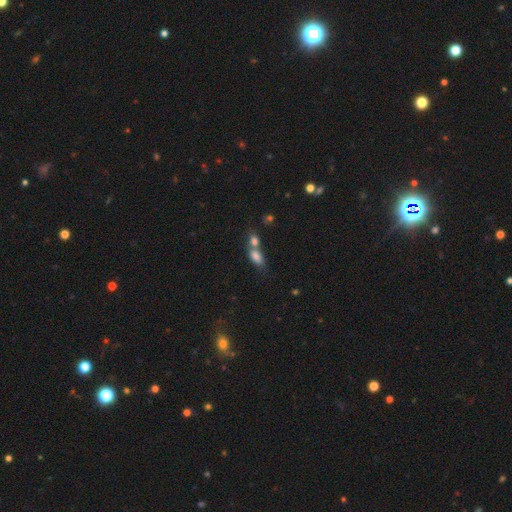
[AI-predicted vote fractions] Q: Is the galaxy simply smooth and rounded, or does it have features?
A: smooth — 79%.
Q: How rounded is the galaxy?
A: in between — 81%.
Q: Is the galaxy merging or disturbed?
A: merger — 57%.